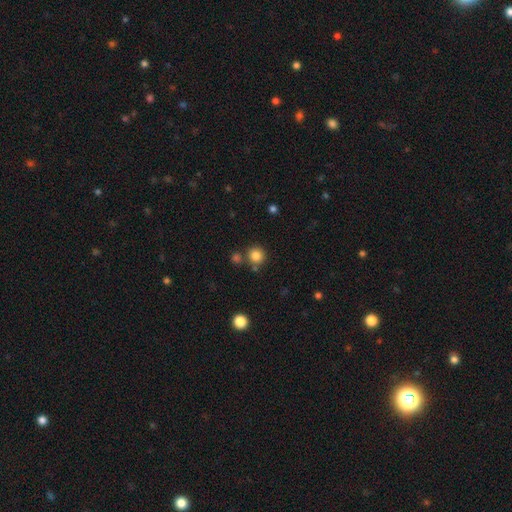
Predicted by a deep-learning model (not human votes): This is clearly a smooth galaxy (83%). How rounded: clearly round (93%). Merging: likely none (77%).